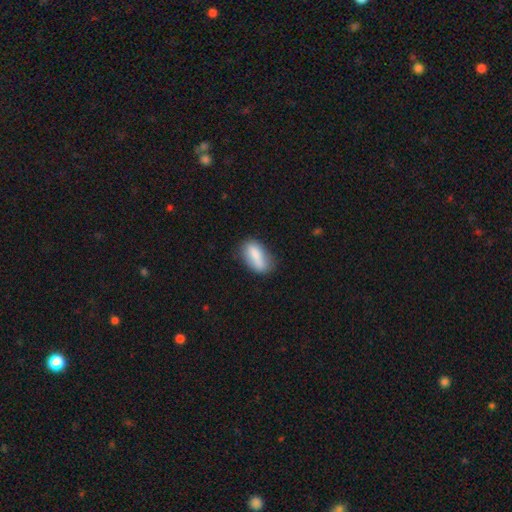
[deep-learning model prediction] This is likely a smooth galaxy (77%). How rounded: clearly in between (83%). Merging: likely none (64%).